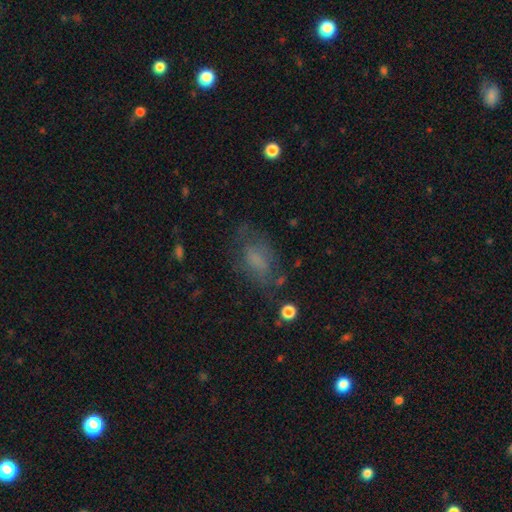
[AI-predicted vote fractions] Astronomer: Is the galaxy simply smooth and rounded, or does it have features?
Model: smooth — 50% (runner-up: featured or disk, 33%).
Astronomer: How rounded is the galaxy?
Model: in between — 84%.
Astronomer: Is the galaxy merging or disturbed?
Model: none — 59%.